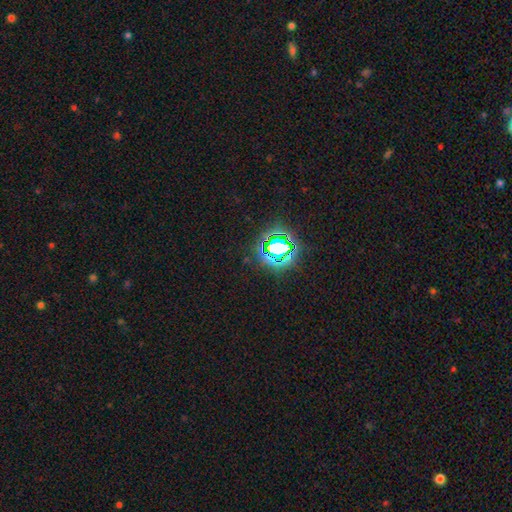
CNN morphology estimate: Smooth or featured?
  - star or artifact: 80% *
  - smooth: 13%
  - featured or disk: 7%